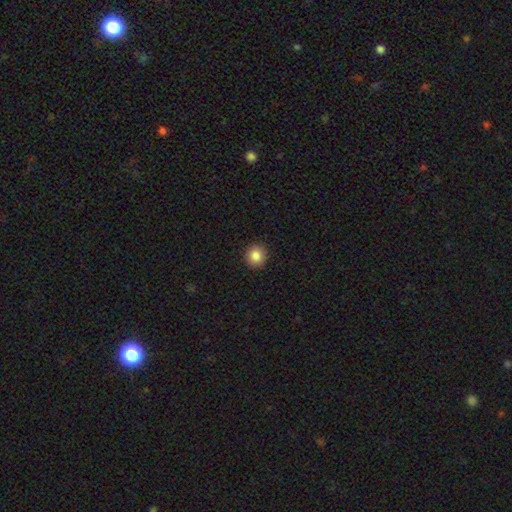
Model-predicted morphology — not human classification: The model was most divided on "smooth or featured": smooth: 86%, star or artifact: 10%, featured or disk: 5%. More confident: merging — none (92%); how rounded — round (90%).